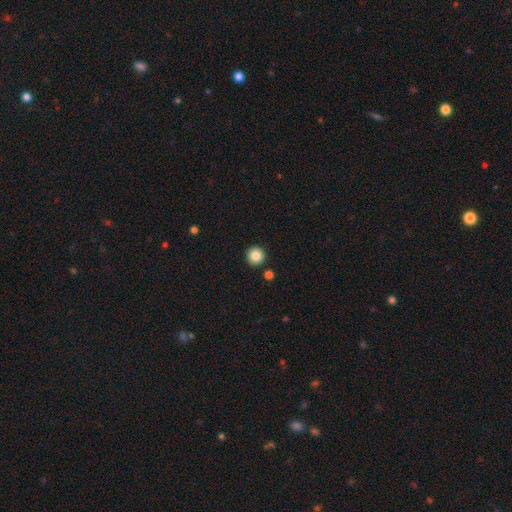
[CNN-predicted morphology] type=smooth (86%); roundness=round (96%); merging=none (91%).